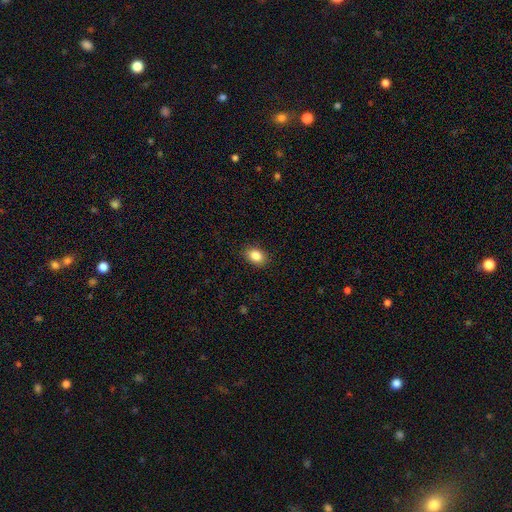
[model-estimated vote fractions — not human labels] smooth-or-featured: smooth: 86% | star or artifact: 9% | featured or disk: 6%
  how-rounded: in between: 75% | round: 24% | cigar-shaped: 1%
  merging: none: 88% | minor disturbance: 9% | major disturbance: 2% | merger: 1%